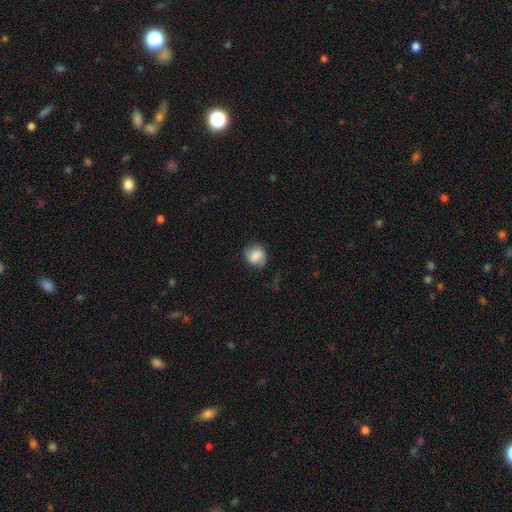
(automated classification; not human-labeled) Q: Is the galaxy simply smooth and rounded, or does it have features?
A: smooth — 71%.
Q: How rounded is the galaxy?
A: round — 66%.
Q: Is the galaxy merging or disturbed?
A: none — 65%.